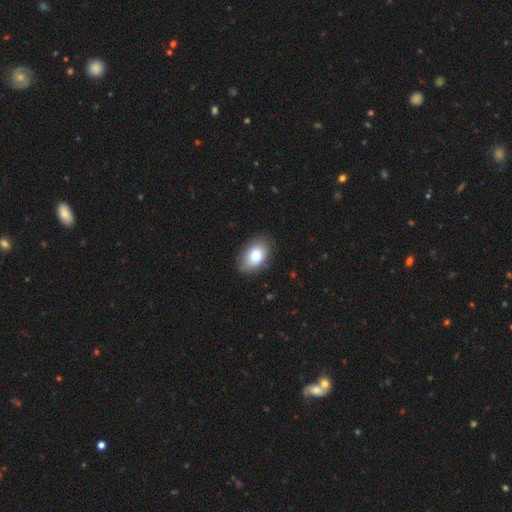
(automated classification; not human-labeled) The model was most divided on "smooth or featured": smooth: 78%, featured or disk: 15%, star or artifact: 8%. More confident: how rounded — in between (87%); merging — none (86%).